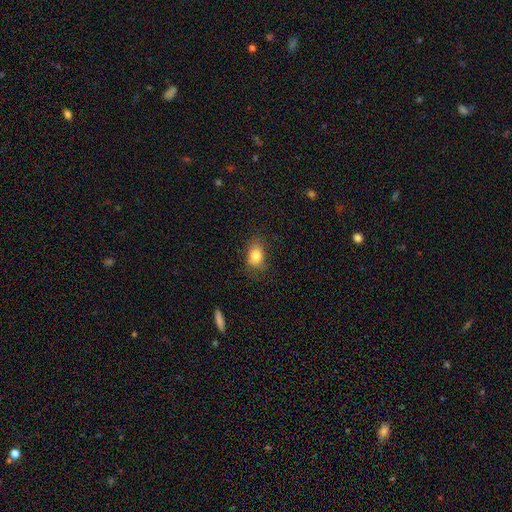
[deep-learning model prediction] This appears to be a smooth galaxy with no disk features (81%) that is in between round and cigar-shaped (68%). Merging: none (67%).